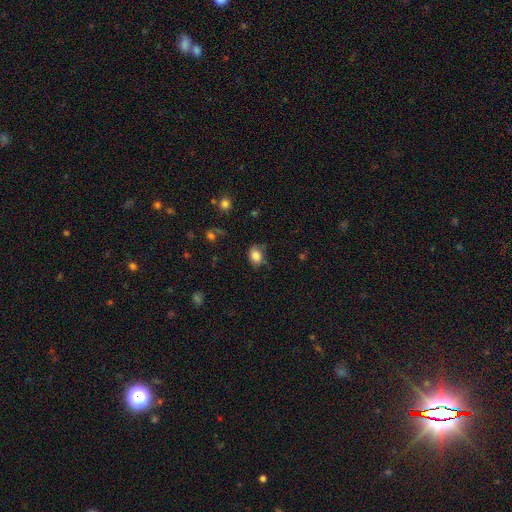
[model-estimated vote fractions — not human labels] A smooth galaxy with no disk features (82%) that is in between round and cigar-shaped (59%).

Vote fractions:
- Smooth or featured? smooth: 82% / star or artifact: 10% / featured or disk: 8%
- How rounded? in between: 59% / round: 40% / cigar-shaped: 1%
- Merging? none: 64% / minor disturbance: 26% / major disturbance: 7% / merger: 2%